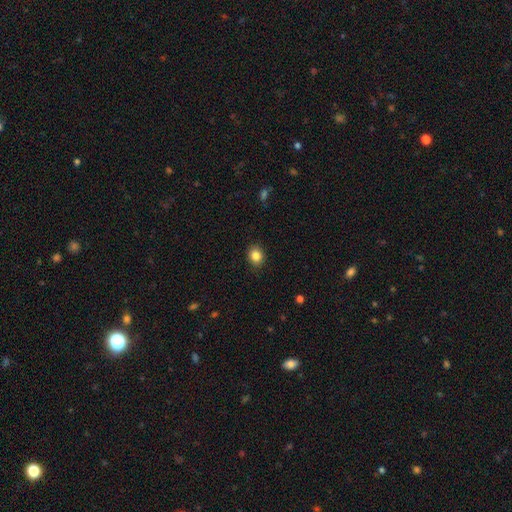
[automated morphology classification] A smooth galaxy with no disk features (85%) that is round (61%).

Vote fractions:
- Smooth or featured? smooth: 85% / star or artifact: 10% / featured or disk: 5%
- How rounded? round: 61% / in between: 39% / cigar-shaped: 1%
- Merging? none: 89% / minor disturbance: 8% / major disturbance: 2% / merger: 1%